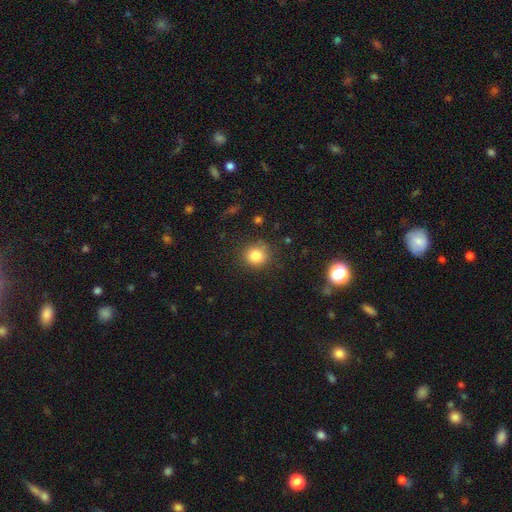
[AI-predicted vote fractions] This appears to be a smooth galaxy with no disk features (82%) that is round (88%). Merging: none (83%).